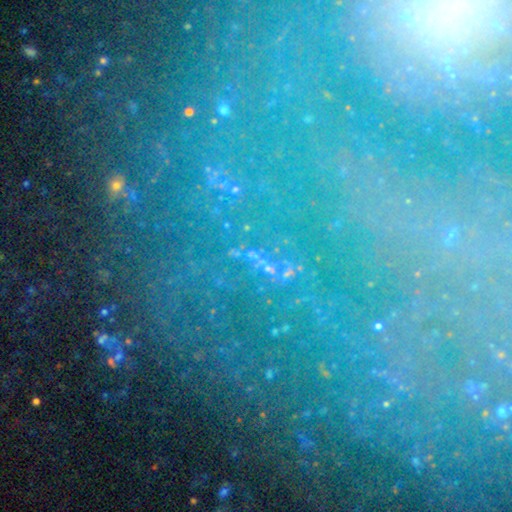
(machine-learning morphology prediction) smooth_or_featured: star or artifact (p=0.78) [alt: smooth p=0.12]